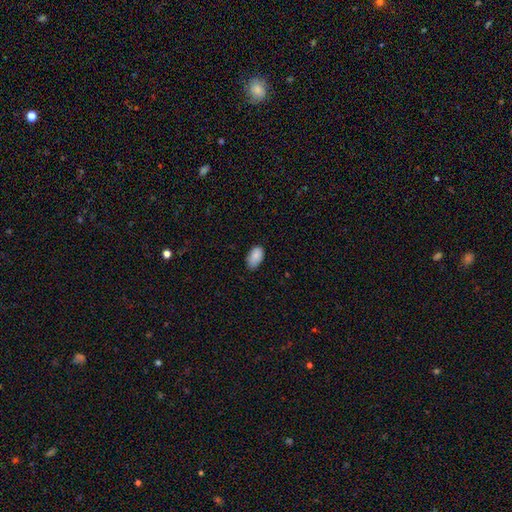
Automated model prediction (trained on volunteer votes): A smooth galaxy with no disk features (86%) that is in between round and cigar-shaped (94%). Merging: none (73%).